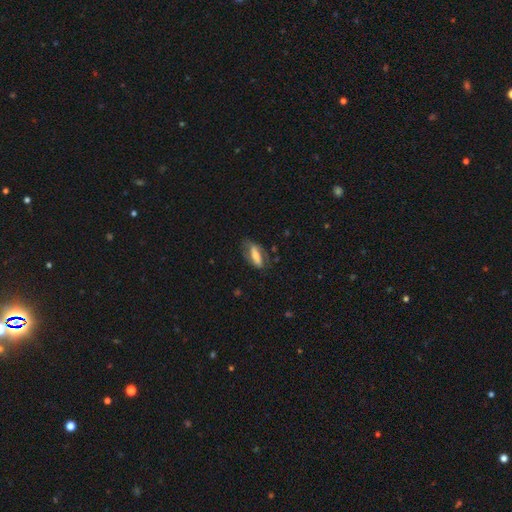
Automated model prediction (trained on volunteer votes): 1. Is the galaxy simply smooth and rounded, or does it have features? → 54% smooth, 39% featured or disk, 7% star or artifact.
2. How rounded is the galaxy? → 66% in between, 31% cigar-shaped, 3% round.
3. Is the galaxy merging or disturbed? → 58% none, 25% minor disturbance, 14% major disturbance, 2% merger.